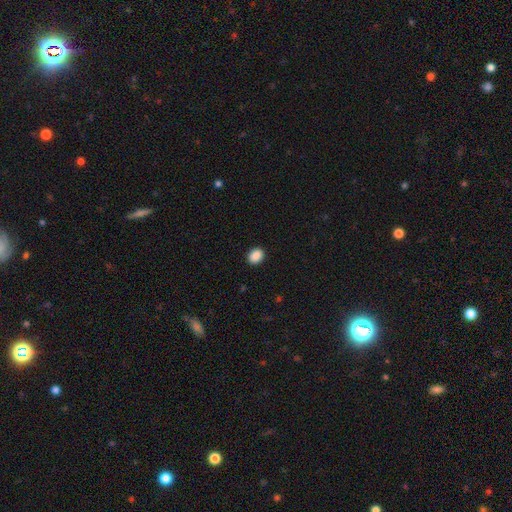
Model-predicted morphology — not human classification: Smooth or featured: smooth — 89% (star or artifact — 8%)
How rounded: in between — 55% (round — 44%)
Merging: none — 91% (minor disturbance — 6%)